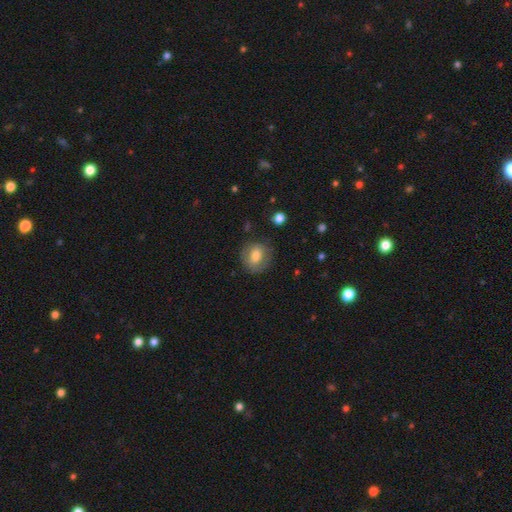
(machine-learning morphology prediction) type=smooth (70%); roundness=round (70%); merging=none (76%).